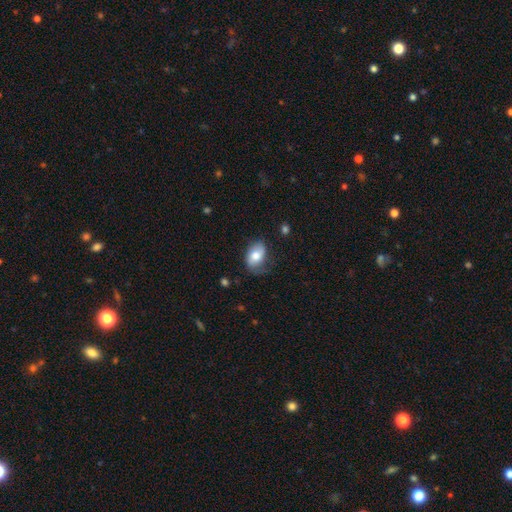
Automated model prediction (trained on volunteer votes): Overall: smooth (70%). How rounded: in between (85%). Merging: none (55%; minor disturbance 31%).